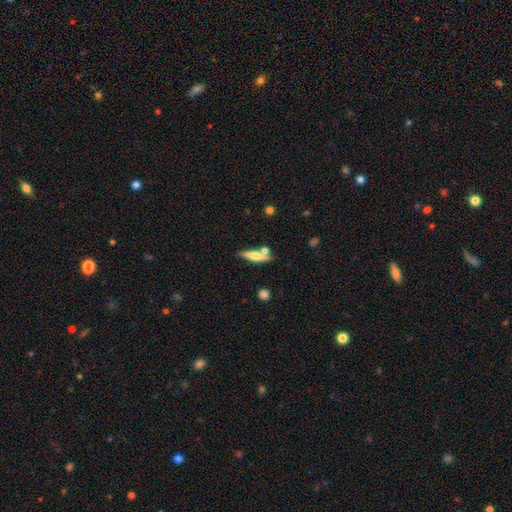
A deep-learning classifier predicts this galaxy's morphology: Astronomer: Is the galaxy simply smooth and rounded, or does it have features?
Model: smooth — 51% (runner-up: featured or disk, 42%).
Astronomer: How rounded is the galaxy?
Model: cigar-shaped — 76%.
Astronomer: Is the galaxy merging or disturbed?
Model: none — 67%.